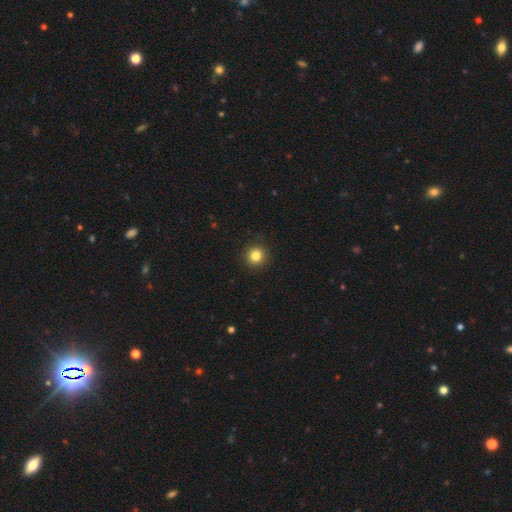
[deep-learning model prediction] This is clearly a smooth galaxy (83%). How rounded: clearly round (94%). Merging: clearly none (92%).